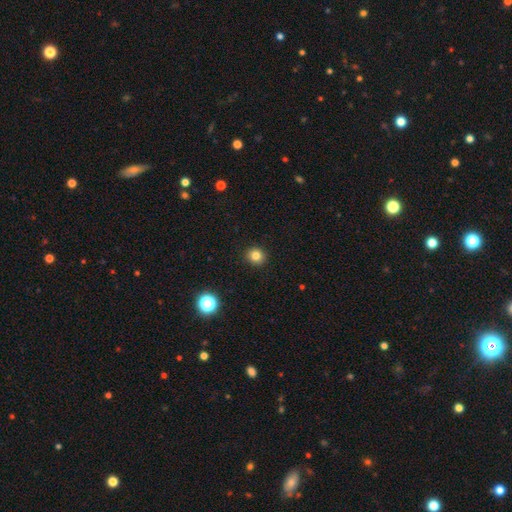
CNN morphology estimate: smooth 81%, star or artifact 13%, featured or disk 6%. Down the decision tree: how rounded — round (89%); merging — none (93%).